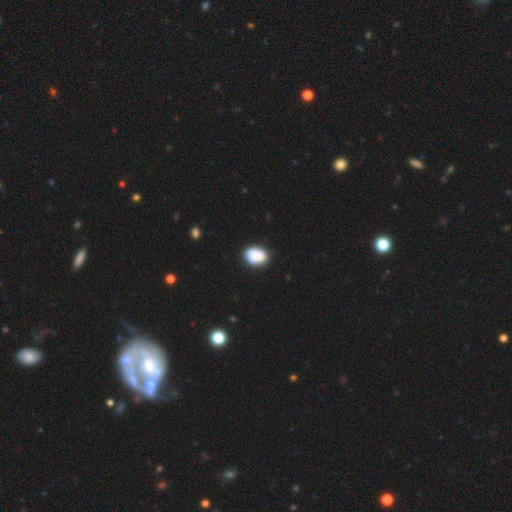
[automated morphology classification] A smooth galaxy with no disk features (81%) that is in between round and cigar-shaped (69%). Merging: none (63%).